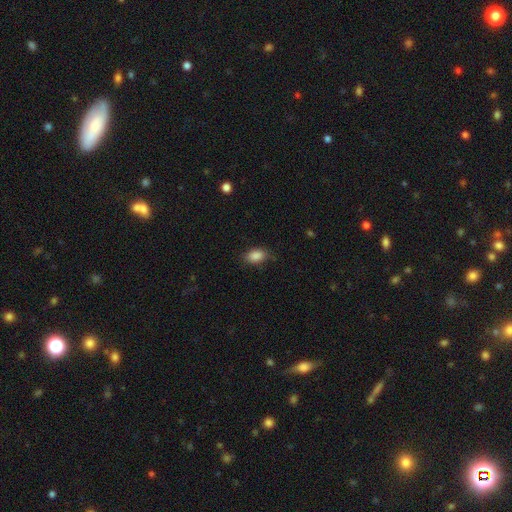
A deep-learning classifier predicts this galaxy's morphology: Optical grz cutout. It shows a smooth galaxy with no disk features (87%) that is in between round and cigar-shaped (87%). Merging: none (78%).